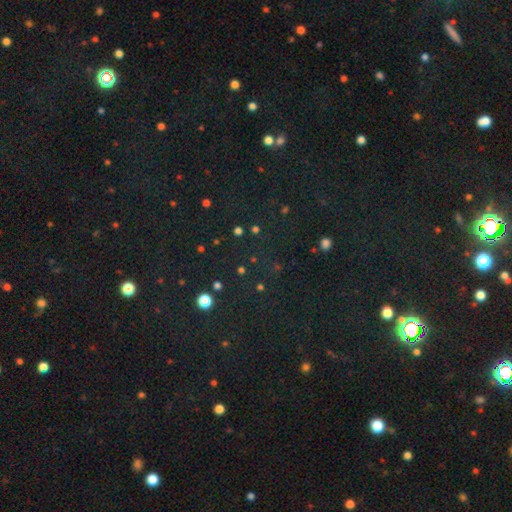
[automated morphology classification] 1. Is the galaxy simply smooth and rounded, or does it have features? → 75% star or artifact, 18% smooth, 7% featured or disk.